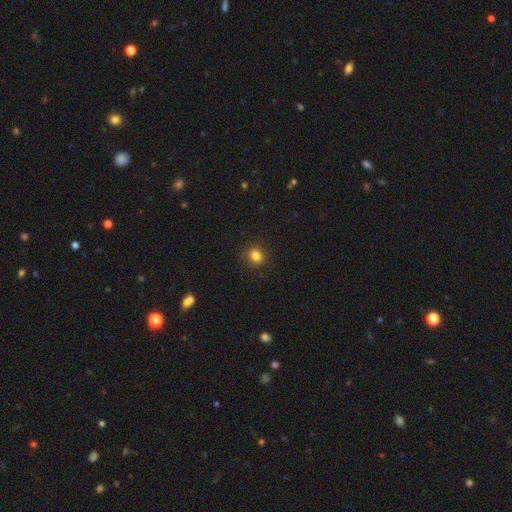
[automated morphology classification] A smooth galaxy with no disk features (83%) that is round (82%). Merging: none (89%).